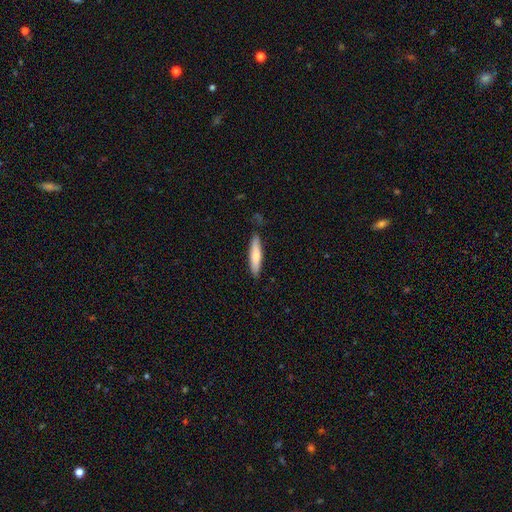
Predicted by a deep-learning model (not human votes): Morphology: type=smooth (74%); roundness=cigar-shaped (81%); merging=none (85%).